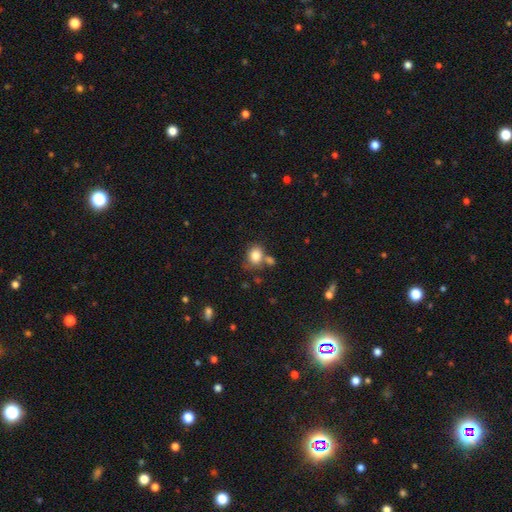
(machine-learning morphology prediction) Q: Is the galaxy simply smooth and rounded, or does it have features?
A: smooth — 83%.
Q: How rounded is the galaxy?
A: round — 52%.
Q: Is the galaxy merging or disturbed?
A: none — 57%.